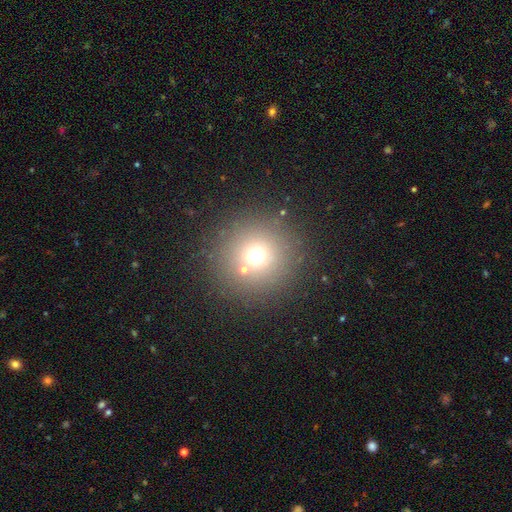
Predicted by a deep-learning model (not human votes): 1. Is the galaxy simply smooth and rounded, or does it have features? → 67% smooth, 22% star or artifact, 11% featured or disk.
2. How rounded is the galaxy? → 95% round, 4% in between, 1% cigar-shaped.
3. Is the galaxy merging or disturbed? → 84% none, 7% minor disturbance, 5% merger, 4% major disturbance.